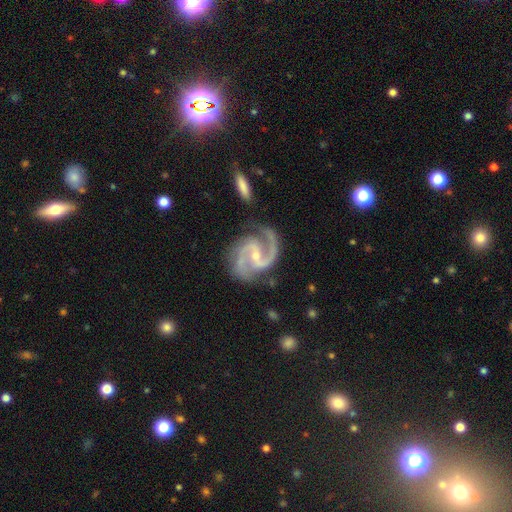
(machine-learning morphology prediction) Q: Smooth or featured?
A: featured or disk (93%); runner-up: star or artifact (4%)
Q: Edge-on disk?
A: no (98%); runner-up: yes (2%)
Q: Bar?
A: weak (42%); runner-up: strong (30%)
Q: Spiral arms?
A: yes (99%); runner-up: no (1%)
Q: Spiral winding?
A: medium (66%); runner-up: tight (19%)
Q: Spiral arm count?
A: 2 (80%); runner-up: 3 (12%)
Q: Bulge size?
A: small (70%); runner-up: moderate (26%)
Q: Merging?
A: none (69%); runner-up: minor disturbance (19%)